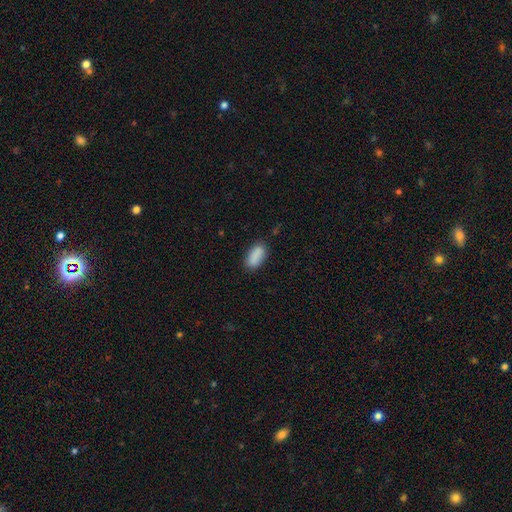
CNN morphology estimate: Smooth or featured? smooth (88%)
How rounded? in between (89%)
Merging? none (82%)